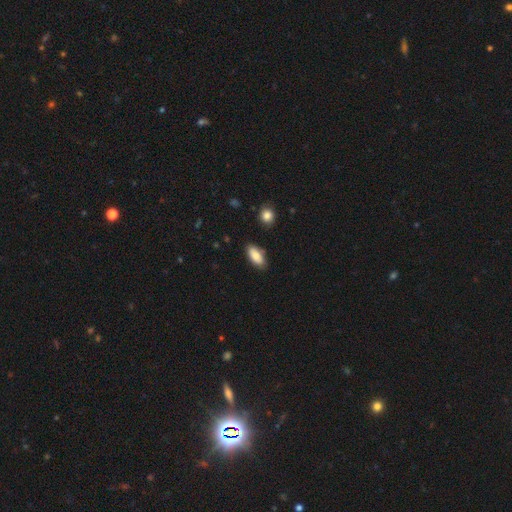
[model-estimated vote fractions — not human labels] A smooth galaxy with no disk features (81%) that is in between round and cigar-shaped (90%). Merging: none (79%).